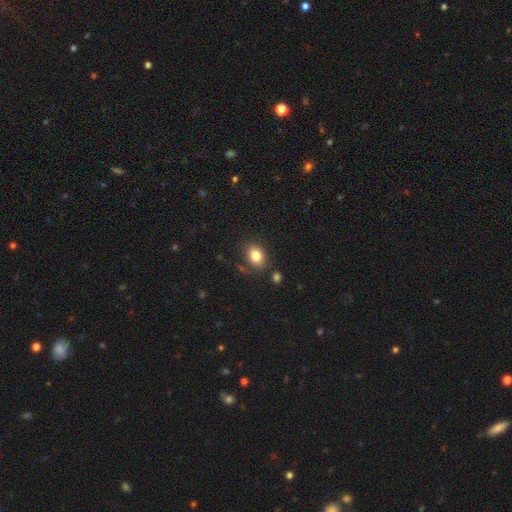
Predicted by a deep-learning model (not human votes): The model was most divided on "how rounded": in between: 68%, round: 30%, cigar-shaped: 1%. More confident: smooth or featured — smooth (83%); merging — none (79%).